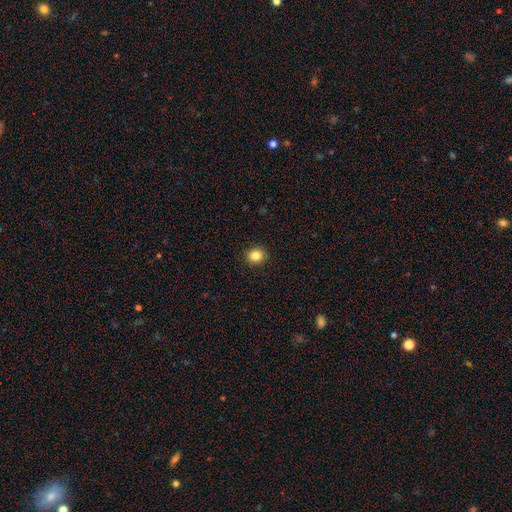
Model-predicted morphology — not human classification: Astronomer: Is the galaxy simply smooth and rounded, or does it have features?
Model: smooth — 84%.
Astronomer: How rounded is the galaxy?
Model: round — 77%.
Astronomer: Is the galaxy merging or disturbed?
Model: none — 92%.